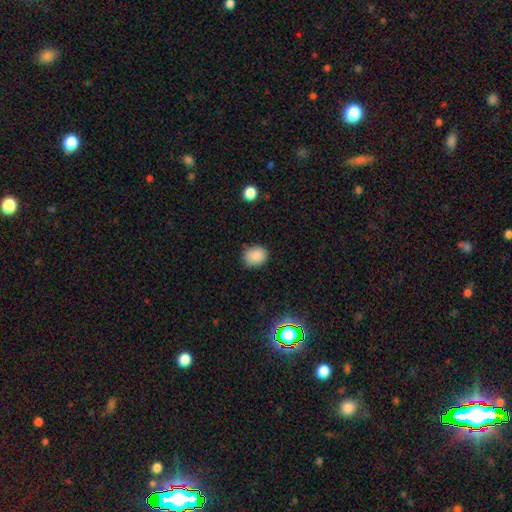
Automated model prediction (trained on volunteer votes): Morphology: type=smooth (86%); roundness=round (55%); merging=none (83%).